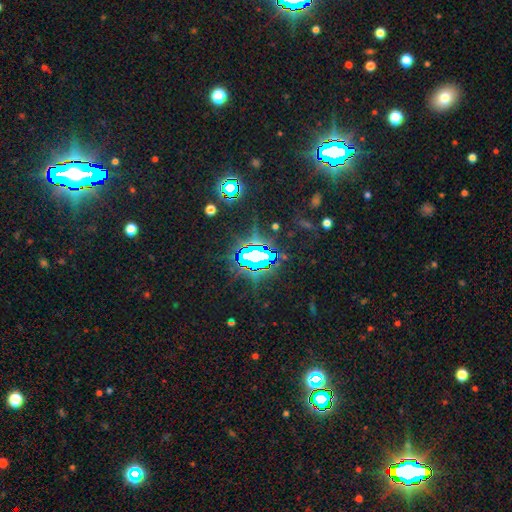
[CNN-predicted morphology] A star or artifact, not a galaxy (79%).